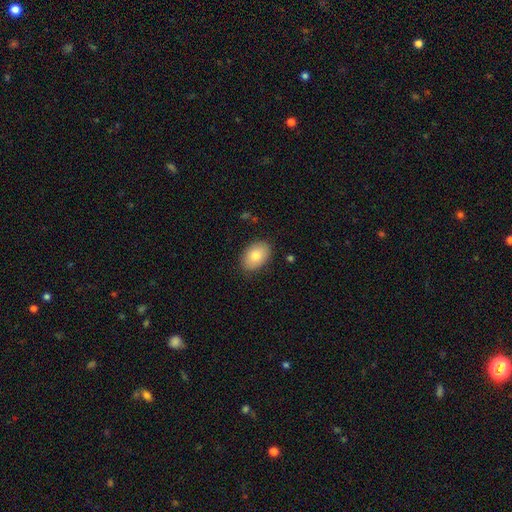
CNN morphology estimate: Smooth or featured? smooth (82%)
How rounded? in between (86%)
Merging? none (85%)